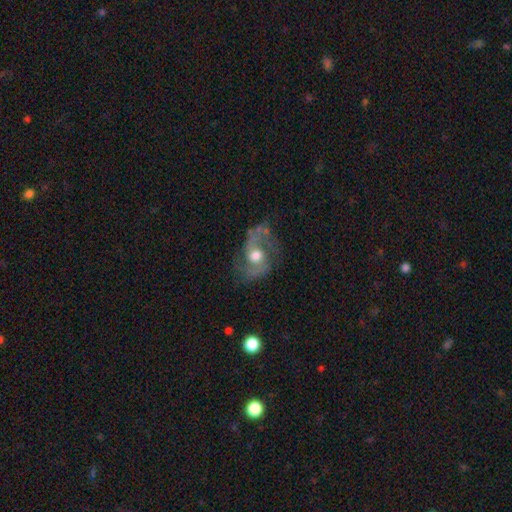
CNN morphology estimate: Overall: featured or disk (79%). Edge-on disk: no (97%). Bar: no (67%; weak 27%). Spiral arms: yes (87%). Spiral arm count: 2 (87%). Spiral winding: medium (46%; loose 40%). Bulge size: moderate (68%). Merging: none (56%; minor disturbance 23%).